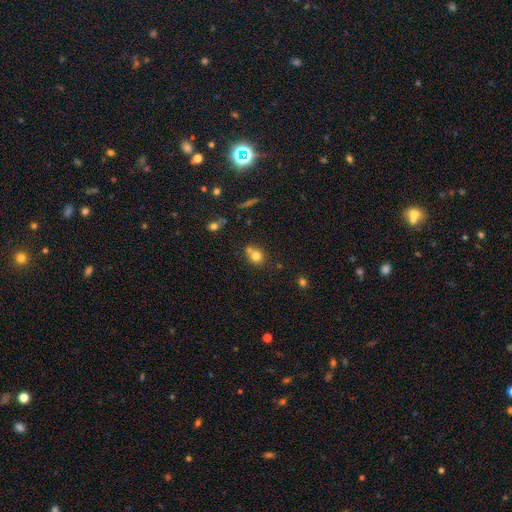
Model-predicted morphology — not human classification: Overall: smooth (76%). How rounded: round (75%). Merging: none (54%; merger 31%).